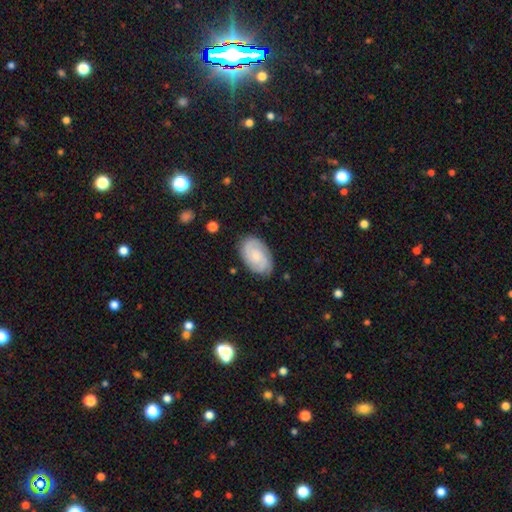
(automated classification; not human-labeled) Smooth or featured?
  - featured or disk: 72% *
  - smooth: 22%
  - star or artifact: 6%
Edge-on disk?
  - no: 97% *
  - yes: 3%
Bar?
  - no: 67% *
  - weak: 29%
  - strong: 4%
Spiral arms?
  - yes: 96% *
  - no: 4%
Spiral winding?
  - tight: 55% *
  - medium: 37%
  - loose: 8%
Spiral arm count?
  - 2: 48% *
  - 3: 24%
  - can't tell: 17%
  - 4: 5%
  - 1: 4%
  - more than 4: 3%
Bulge size?
  - small: 51% *
  - moderate: 27%
  - none: 17%
  - large: 4%
  - dominant: 2%
Merging?
  - none: 83% *
  - minor disturbance: 13%
  - major disturbance: 3%
  - merger: 1%